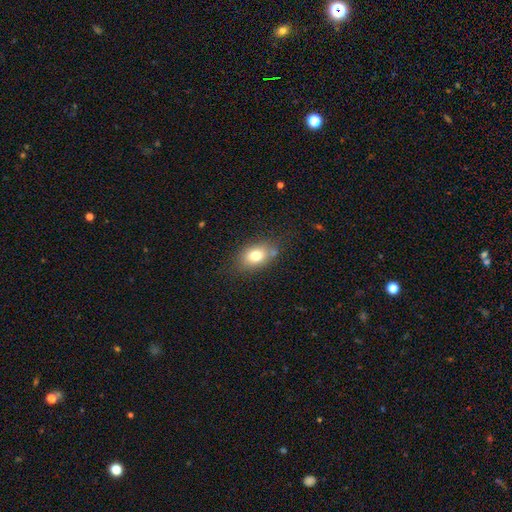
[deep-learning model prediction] smooth_or_featured: smooth (p=0.77) [alt: featured or disk p=0.13]
how_rounded: in between (p=0.78) [alt: round p=0.20]
merging: none (p=0.73) [alt: minor disturbance p=0.17]